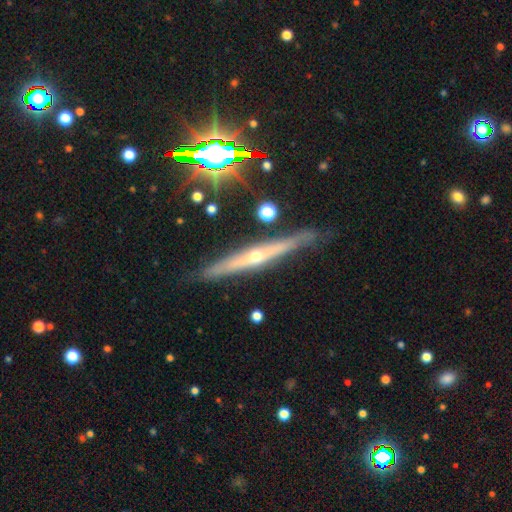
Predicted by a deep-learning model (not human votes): A featured or disk galaxy (75%) viewed edge-on (95%) with a rounded central bulge (76%). Merging: none (85%).